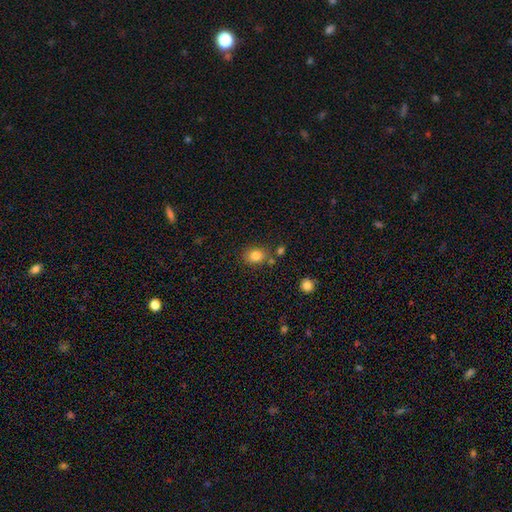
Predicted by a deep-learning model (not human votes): Morphology: type=smooth (83%); roundness=round (53%); merging=none (73%).